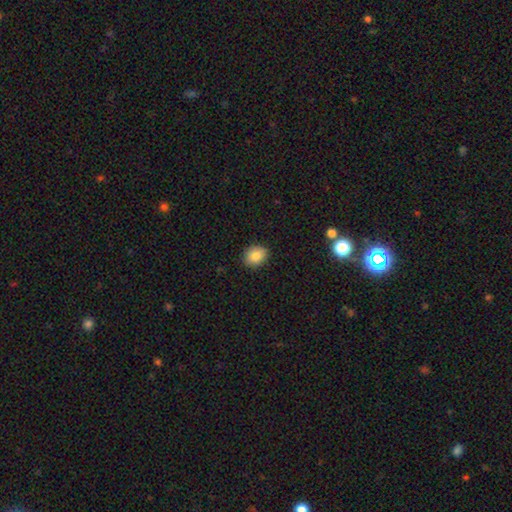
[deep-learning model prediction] This is clearly a smooth galaxy (85%). How rounded: possibly round (51%). Merging: clearly none (87%).